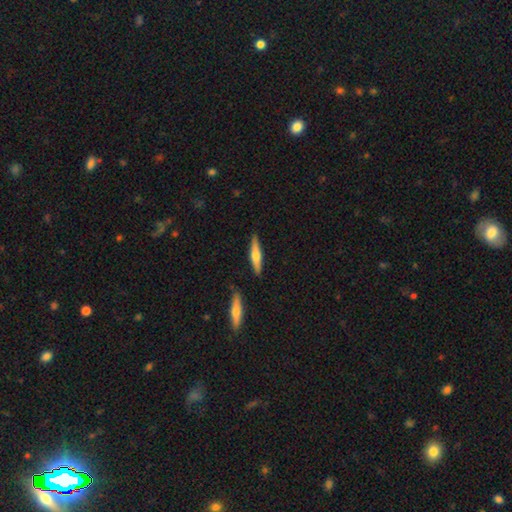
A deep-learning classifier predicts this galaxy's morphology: type=smooth (51%); roundness=cigar-shaped (83%); merging=none (86%).